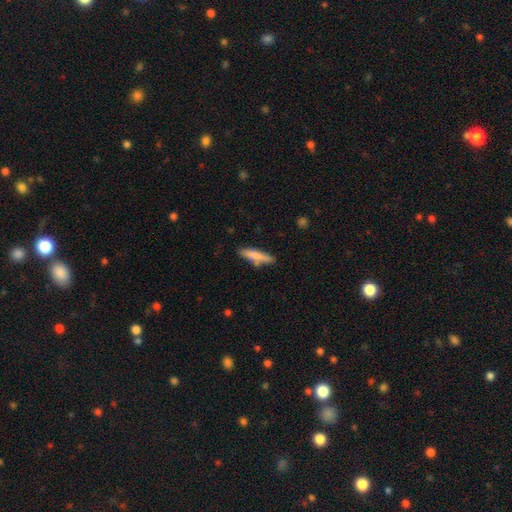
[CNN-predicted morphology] Smooth or featured?
  - smooth: 74% *
  - featured or disk: 20%
  - star or artifact: 6%
How rounded?
  - cigar-shaped: 84% *
  - in between: 14%
  - round: 2%
Merging?
  - none: 75% *
  - minor disturbance: 15%
  - merger: 7%
  - major disturbance: 3%